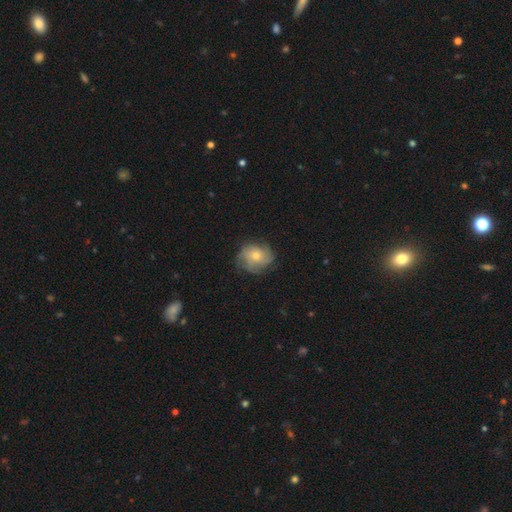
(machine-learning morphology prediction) Smooth or featured?
  - featured or disk: 64% *
  - smooth: 28%
  - star or artifact: 9%
Edge-on disk?
  - no: 97% *
  - yes: 3%
Bar?
  - no: 82% *
  - weak: 15%
  - strong: 2%
Spiral arms?
  - yes: 90% *
  - no: 10%
Spiral winding?
  - tight: 45% *
  - medium: 38%
  - loose: 17%
Spiral arm count?
  - can't tell: 30% *
  - 4: 24%
  - 3: 24%
  - 2: 9%
  - more than 4: 8%
  - 1: 6%
Bulge size?
  - moderate: 49% *
  - small: 46%
  - large: 3%
  - none: 2%
  - dominant: 1%
Merging?
  - none: 71% *
  - minor disturbance: 20%
  - major disturbance: 8%
  - merger: 1%